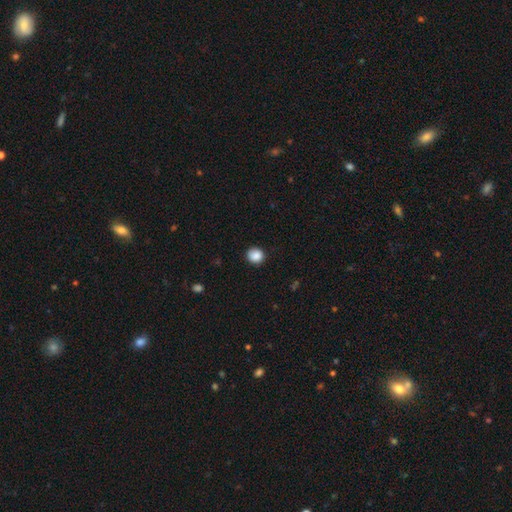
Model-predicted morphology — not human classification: A smooth galaxy with no disk features (88%) that is round (86%).

Vote fractions:
- Smooth or featured? smooth: 88% / star or artifact: 9% / featured or disk: 3%
- How rounded? round: 86% / in between: 13% / cigar-shaped: 1%
- Merging? none: 87% / minor disturbance: 10% / major disturbance: 2% / merger: 1%